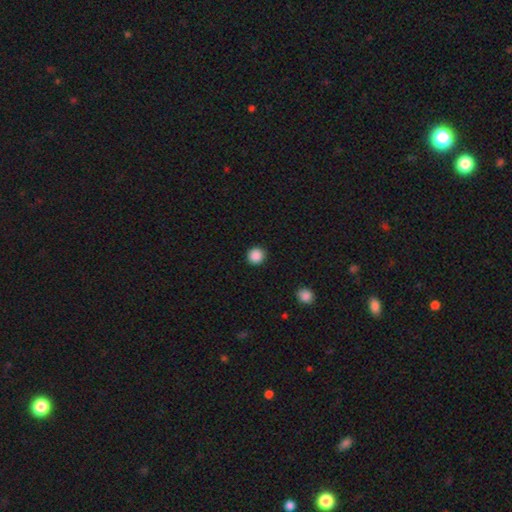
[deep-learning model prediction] A smooth galaxy with no disk features (89%) that is round (93%). Merging: none (93%).